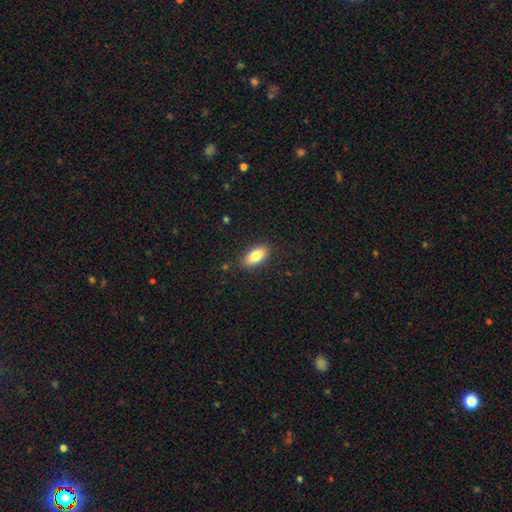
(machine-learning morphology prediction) smooth_or_featured: smooth (p=0.80) [alt: featured or disk p=0.13]
how_rounded: in between (p=0.85) [alt: cigar-shaped p=0.12]
merging: none (p=0.87) [alt: minor disturbance p=0.10]